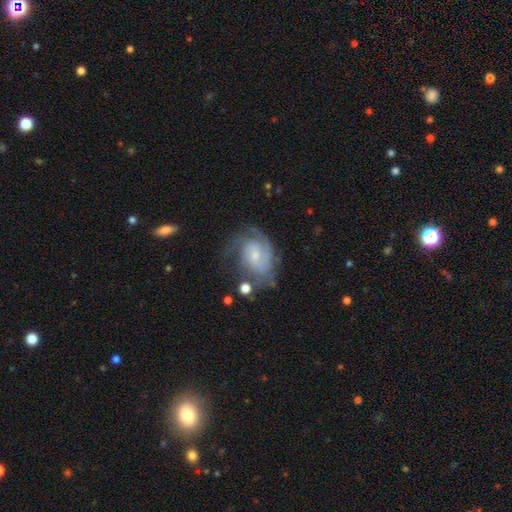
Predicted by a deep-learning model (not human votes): The model was most divided on "spiral winding": tight: 46%, medium: 40%, loose: 15%. Remaining: edge-on disk — no (97%); spiral arms — yes (93%); smooth or featured — featured or disk (79%); bulge size — small (64%); bar — no (55%); merging — none (53%); spiral arm count — 2 (39%).